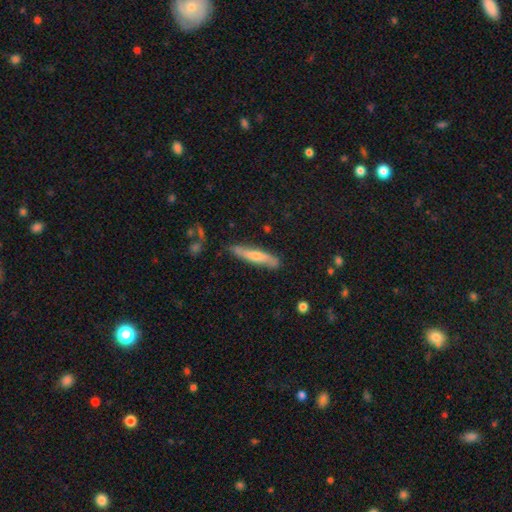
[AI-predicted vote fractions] Smooth or featured?
  - smooth: 55% *
  - featured or disk: 39%
  - star or artifact: 6%
How rounded?
  - cigar-shaped: 90% *
  - in between: 8%
  - round: 2%
Merging?
  - none: 79% *
  - minor disturbance: 16%
  - major disturbance: 3%
  - merger: 2%